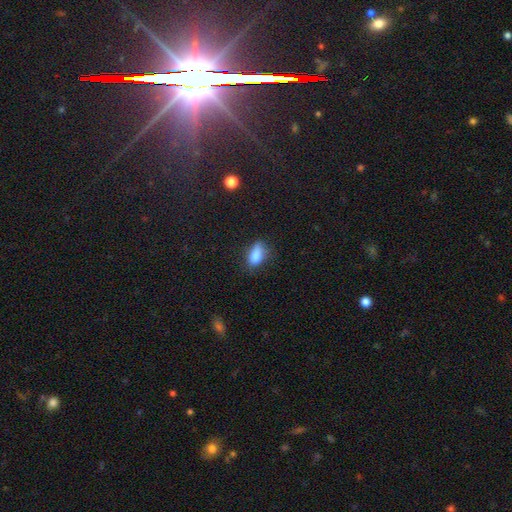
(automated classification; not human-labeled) Smooth or featured? smooth (82%)
How rounded? in between (85%)
Merging? none (56%)